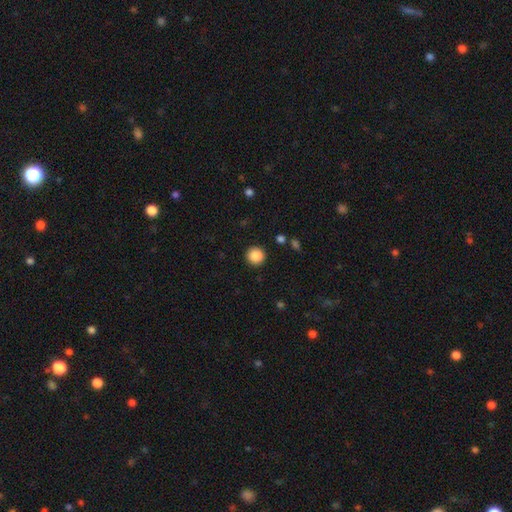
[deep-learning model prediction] This is clearly a smooth galaxy (87%). How rounded: clearly round (94%). Merging: clearly none (92%).